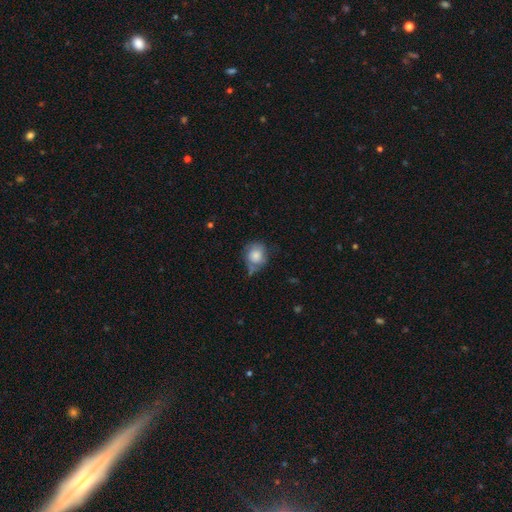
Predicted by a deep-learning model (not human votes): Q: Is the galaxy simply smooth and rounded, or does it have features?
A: smooth — 74%.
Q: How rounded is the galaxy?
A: round — 71%.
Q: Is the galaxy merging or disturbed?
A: none — 50%.